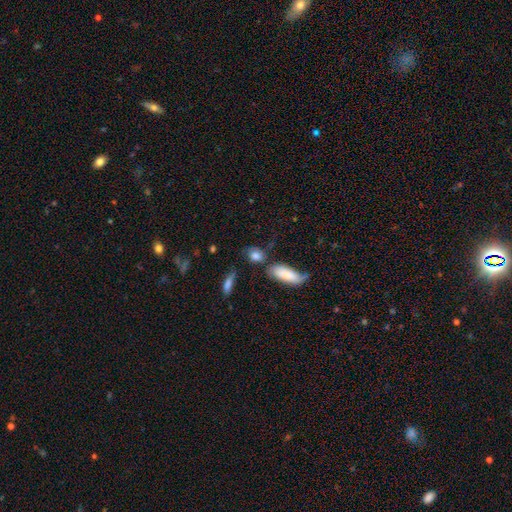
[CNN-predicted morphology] Smooth or featured? Predicted: smooth (p=0.77). How rounded? Predicted: in between (p=0.61). Merging? Predicted: none (p=0.53).